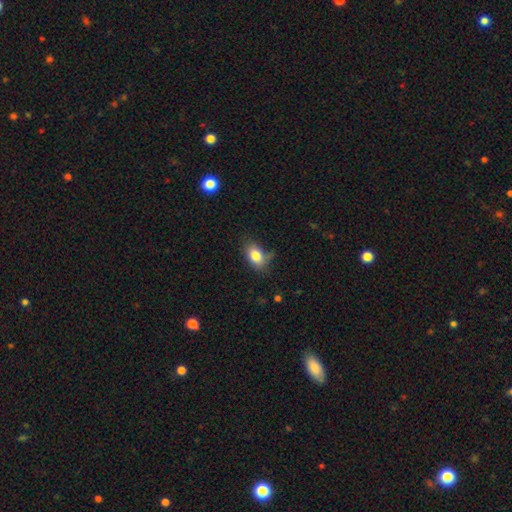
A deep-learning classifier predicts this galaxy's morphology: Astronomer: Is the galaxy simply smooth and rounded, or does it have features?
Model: smooth — 82%.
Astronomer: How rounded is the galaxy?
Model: in between — 86%.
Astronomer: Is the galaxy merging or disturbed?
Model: none — 62%.